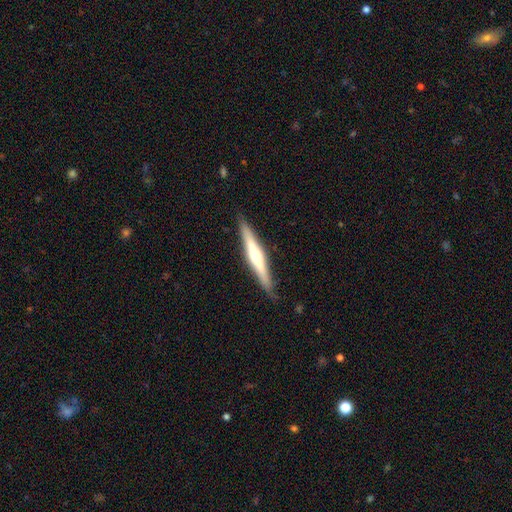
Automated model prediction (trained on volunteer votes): Smooth or featured?
  - featured or disk: 62% *
  - smooth: 33%
  - star or artifact: 5%
Edge-on disk?
  - yes: 96% *
  - no: 4%
Edge-on bulge?
  - rounded: 78% *
  - none: 15%
  - boxy: 7%
Merging?
  - none: 87% *
  - minor disturbance: 10%
  - major disturbance: 2%
  - merger: 1%